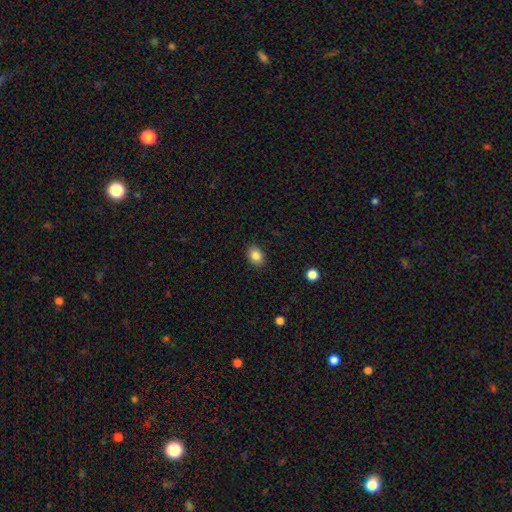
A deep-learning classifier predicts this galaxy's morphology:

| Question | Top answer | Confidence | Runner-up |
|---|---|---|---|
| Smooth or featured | smooth | 85% | star or artifact (9%) |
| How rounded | in between | 68% | round (31%) |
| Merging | none | 88% | minor disturbance (9%) |